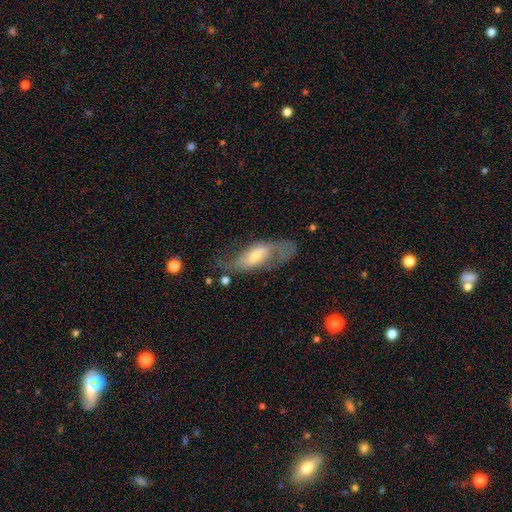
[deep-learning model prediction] smooth_or_featured: featured or disk (p=0.72) [alt: smooth p=0.20]
disk_edge_on: no (p=0.87) [alt: yes p=0.13]
bar: no (p=0.41) [alt: weak p=0.39]
has_spiral_arms: yes (p=0.85) [alt: no p=0.15]
spiral_winding: loose (p=0.54) [alt: medium p=0.34]
spiral_arm_count: 2 (p=0.80) [alt: can't tell p=0.10]
bulge_size: moderate (p=0.45) [alt: small p=0.44]
merging: none (p=0.54) [alt: minor disturbance p=0.22]